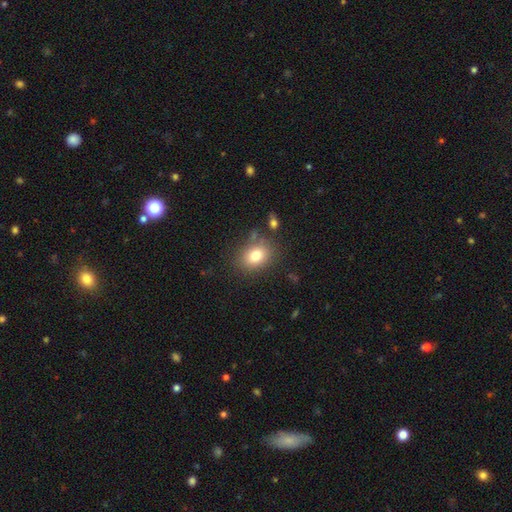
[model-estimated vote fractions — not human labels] Smooth or featured: smooth — 79% (star or artifact — 11%)
How rounded: in between — 61% (round — 38%)
Merging: none — 78% (minor disturbance — 13%)